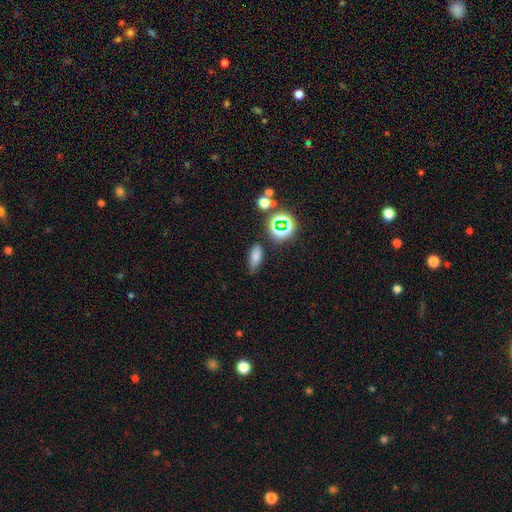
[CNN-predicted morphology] Smooth or featured? smooth (73%)
How rounded? in between (79%)
Merging? none (72%)